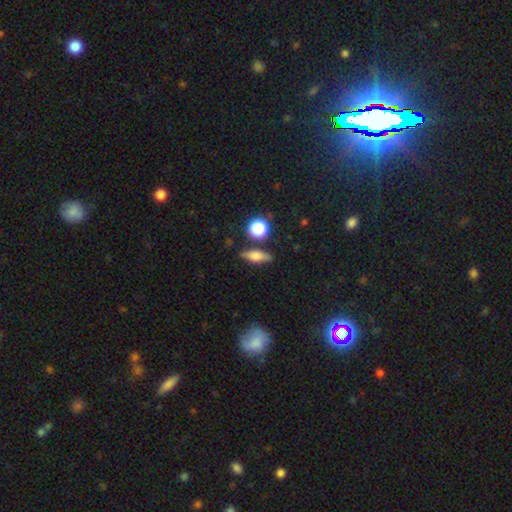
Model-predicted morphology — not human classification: This is possibly a smooth galaxy (55%). How rounded: marginally in between (44%). Merging: likely none (79%).